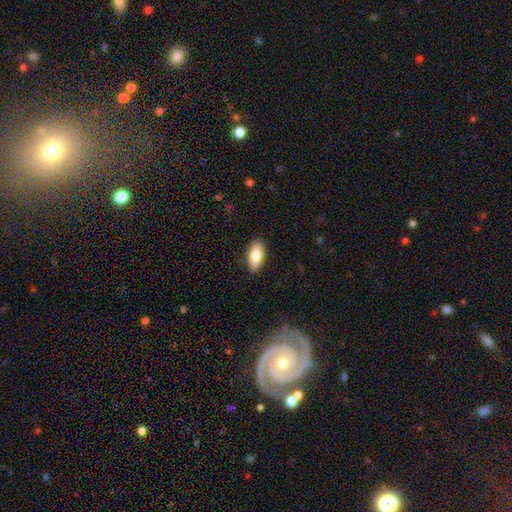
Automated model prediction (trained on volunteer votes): A smooth galaxy with no disk features (80%) that is in between round and cigar-shaped (86%).

Vote fractions:
- Smooth or featured? smooth: 80% / featured or disk: 14% / star or artifact: 6%
- How rounded? in between: 86% / cigar-shaped: 11% / round: 3%
- Merging? none: 89% / minor disturbance: 8% / major disturbance: 2% / merger: 1%